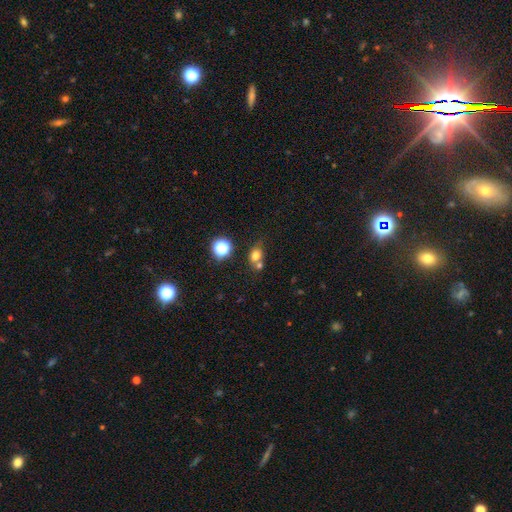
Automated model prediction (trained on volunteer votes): Smooth or featured? Predicted: smooth (p=0.72). How rounded? Predicted: round (p=0.57). Merging? Predicted: none (p=0.47).